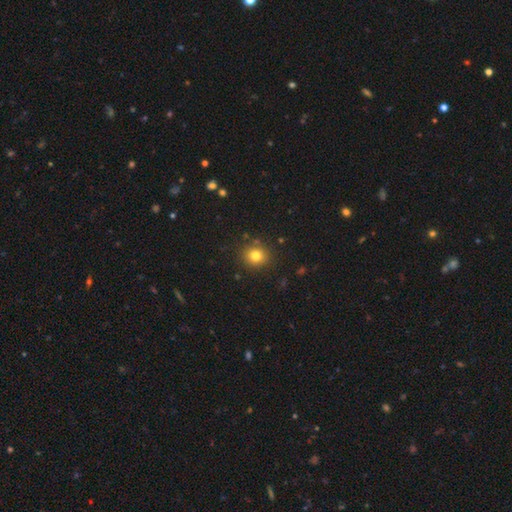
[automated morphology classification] smooth_or_featured: smooth (p=0.79) [alt: star or artifact p=0.14]
how_rounded: round (p=0.87) [alt: in between p=0.12]
merging: none (p=0.88) [alt: minor disturbance p=0.07]